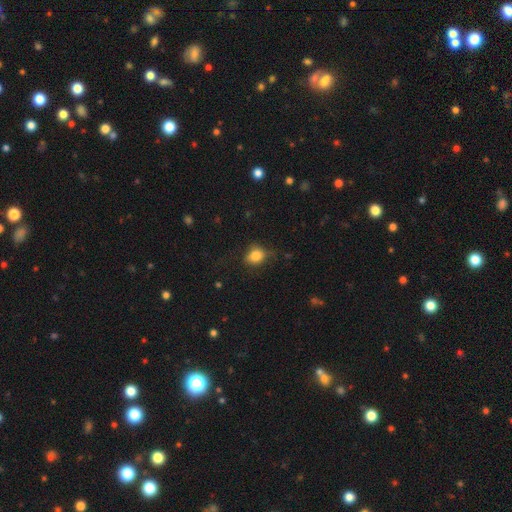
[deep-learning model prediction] A smooth galaxy with no disk features (82%) that is round (59%). Merging: none (62%).